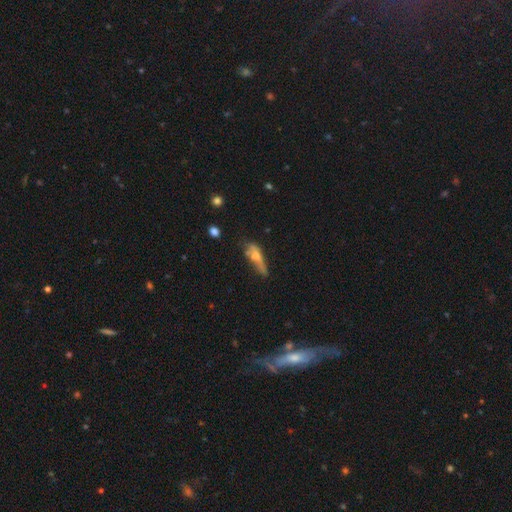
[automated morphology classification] type=smooth (55%); roundness=cigar-shaped (62%); merging=none (35%).